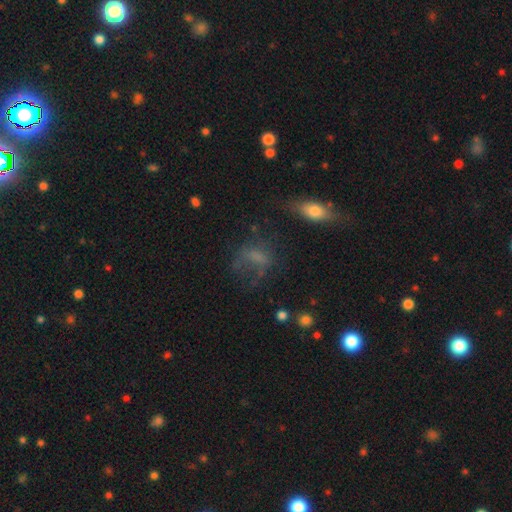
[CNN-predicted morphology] smooth-or-featured: smooth: 41% | star or artifact: 30% | featured or disk: 29%
  merging: none: 51% | major disturbance: 24% | minor disturbance: 21% | merger: 4%